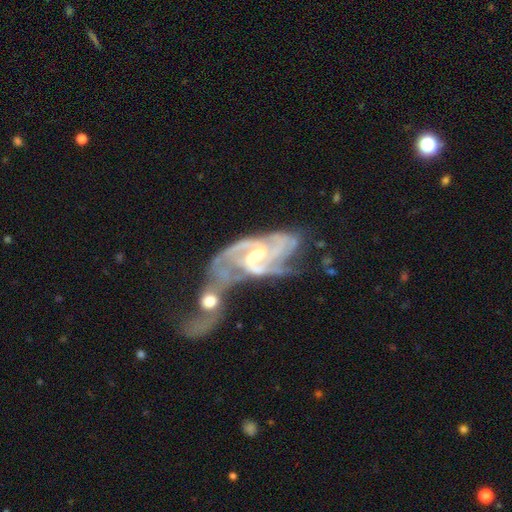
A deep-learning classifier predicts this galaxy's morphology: Smooth or featured? featured or disk (91%)
Edge-on disk? no (97%)
Bar? weak (45%)
Spiral arms? yes (98%)
Spiral winding? medium (46%)
Spiral arm count? 2 (38%)
Bulge size? moderate (52%)
Merging? merger (53%)